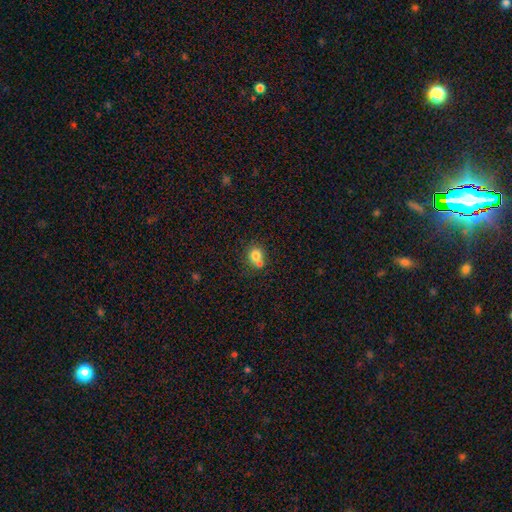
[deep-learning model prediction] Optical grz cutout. It shows a smooth galaxy with no disk features (78%) that is round (79%). Merging: none (48%).